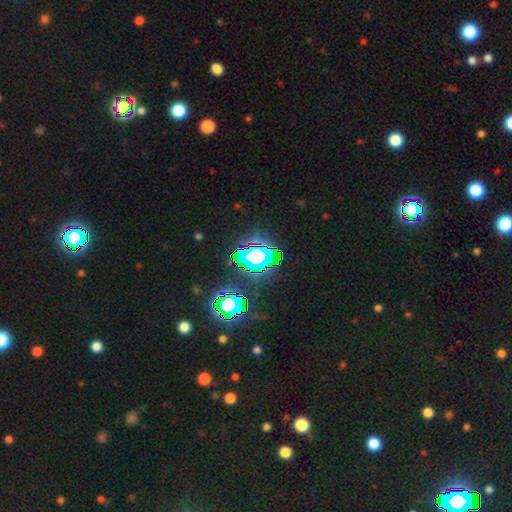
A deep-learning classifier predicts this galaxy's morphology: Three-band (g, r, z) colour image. It shows a star or artifact, not a galaxy (67%).